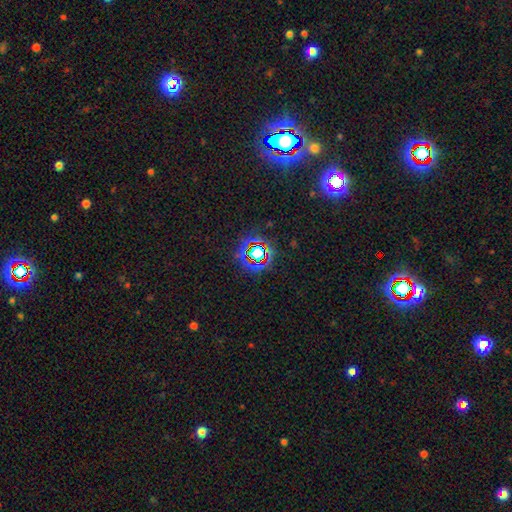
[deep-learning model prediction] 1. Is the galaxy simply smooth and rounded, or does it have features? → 75% star or artifact, 15% smooth, 10% featured or disk.